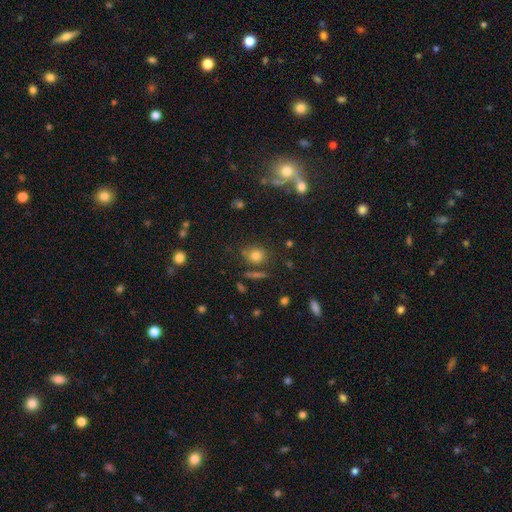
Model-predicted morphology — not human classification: This appears to be a smooth galaxy with no disk features (77%) that is round (75%). Merging: none (73%).